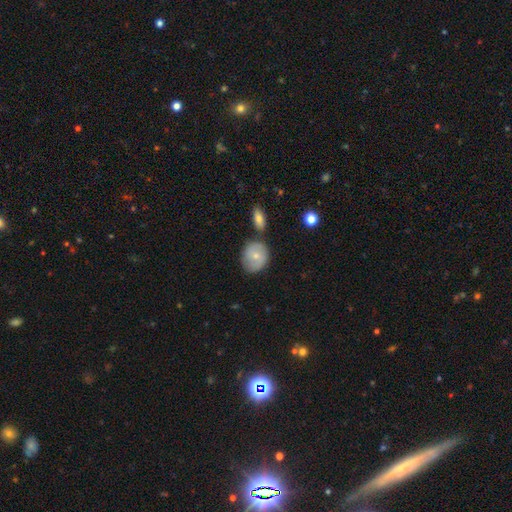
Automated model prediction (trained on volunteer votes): Smooth or featured? Predicted: smooth (p=0.68). How rounded? Predicted: round (p=0.69). Merging? Predicted: none (p=0.60).